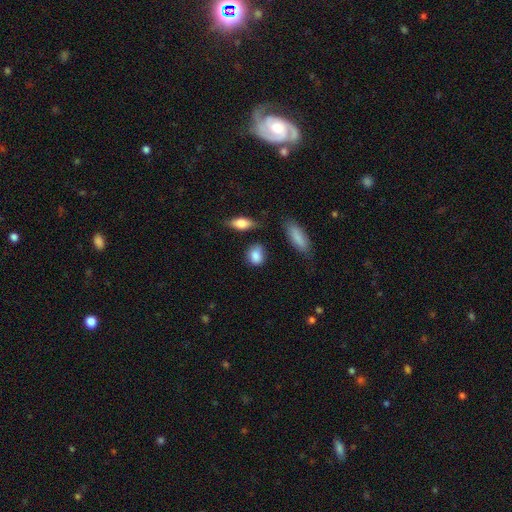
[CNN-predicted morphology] type=smooth (85%); roundness=in between (55%); merging=none (67%).